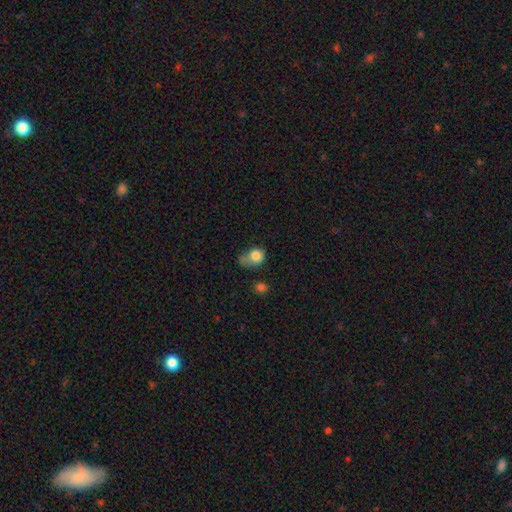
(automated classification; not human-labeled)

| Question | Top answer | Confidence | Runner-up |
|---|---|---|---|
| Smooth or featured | smooth | 79% | featured or disk (12%) |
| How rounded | round | 51% | in between (47%) |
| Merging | minor disturbance | 31% | major disturbance (30%) |